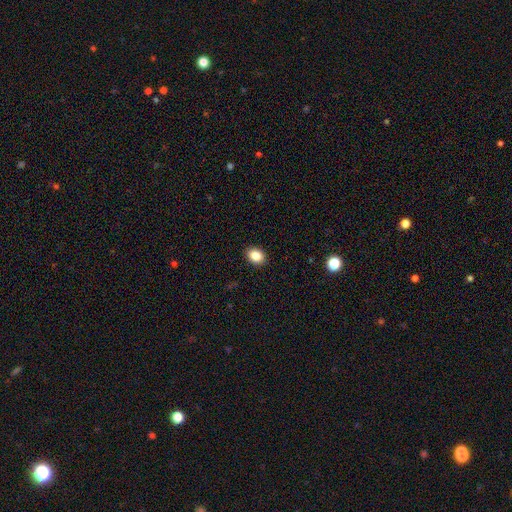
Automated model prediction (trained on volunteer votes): The model was most divided on "how rounded": in between: 65%, round: 34%, cigar-shaped: 1%. More confident: merging — none (91%); smooth or featured — smooth (87%).